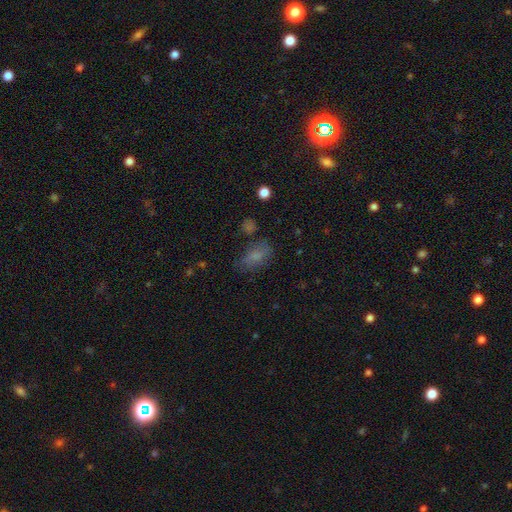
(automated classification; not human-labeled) Q: Smooth or featured?
A: smooth (70%); runner-up: featured or disk (16%)
Q: How rounded?
A: in between (87%); runner-up: round (8%)
Q: Merging?
A: none (64%); runner-up: minor disturbance (21%)